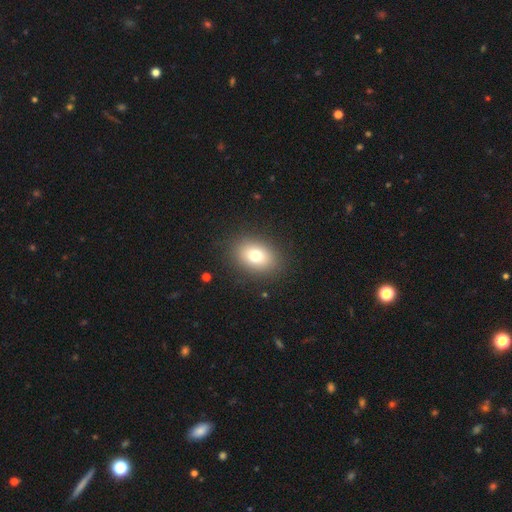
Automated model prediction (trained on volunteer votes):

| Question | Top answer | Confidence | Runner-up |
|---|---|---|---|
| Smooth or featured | smooth | 76% | featured or disk (13%) |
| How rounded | in between | 66% | round (32%) |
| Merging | none | 87% | minor disturbance (8%) |